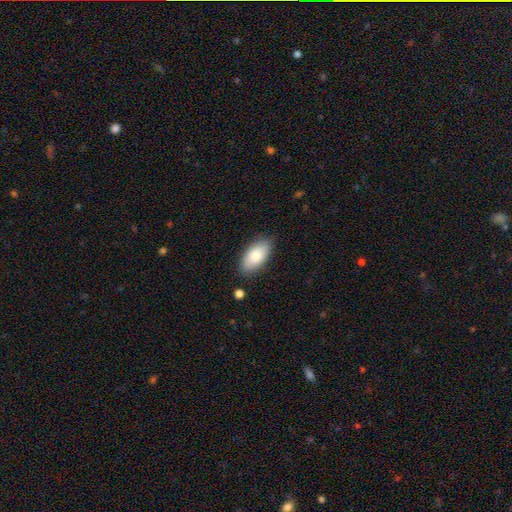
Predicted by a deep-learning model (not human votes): smooth-or-featured: smooth: 81% | featured or disk: 13% | star or artifact: 6%
  how-rounded: in between: 93% | cigar-shaped: 4% | round: 3%
  merging: none: 84% | minor disturbance: 12% | major disturbance: 3% | merger: 2%